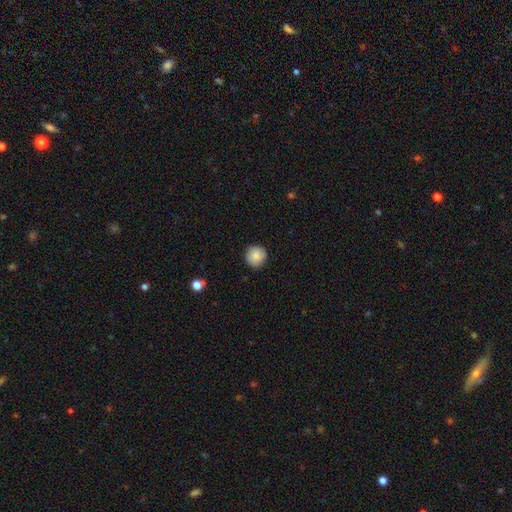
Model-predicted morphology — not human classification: This appears to be a smooth galaxy with no disk features (87%) that is round (93%). Merging: none (88%).